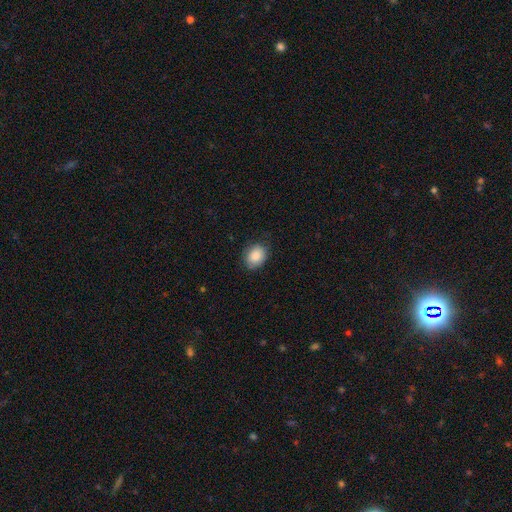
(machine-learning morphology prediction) This appears to be a smooth galaxy with no disk features (87%) that is in between round and cigar-shaped (54%). Merging: none (80%).